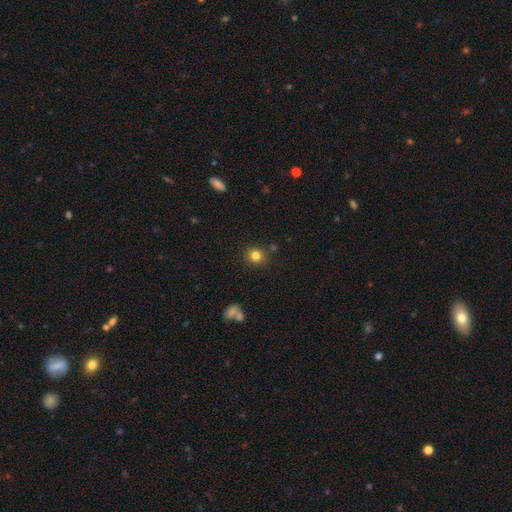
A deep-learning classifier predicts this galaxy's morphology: A smooth galaxy with no disk features (82%) that is round (85%). Merging: none (85%).